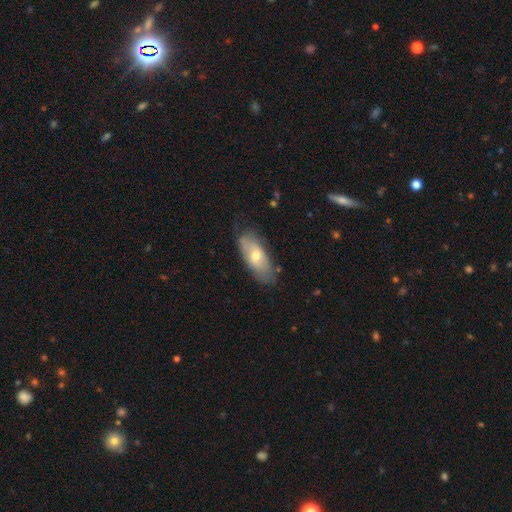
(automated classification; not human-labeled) smooth-or-featured: smooth: 55% | featured or disk: 39% | star or artifact: 6%
  how-rounded: in between: 82% | cigar-shaped: 15% | round: 3%
  merging: none: 69% | minor disturbance: 23% | major disturbance: 6% | merger: 2%